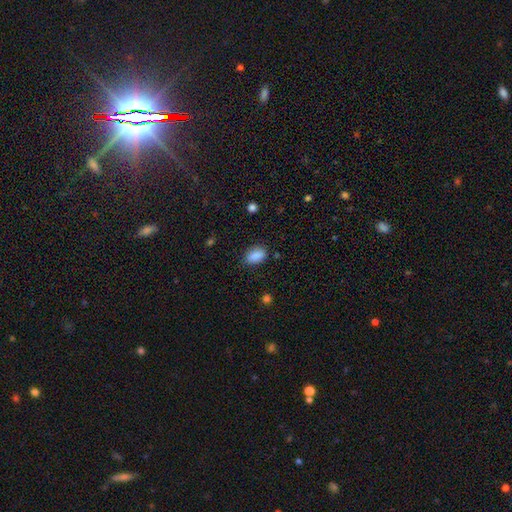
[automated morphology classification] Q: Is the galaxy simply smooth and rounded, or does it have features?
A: smooth — 88%.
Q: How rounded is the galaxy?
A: in between — 89%.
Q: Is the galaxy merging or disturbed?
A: none — 82%.